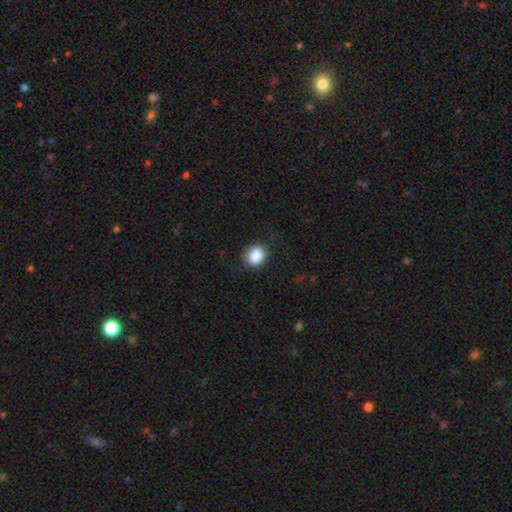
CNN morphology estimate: This is clearly a smooth galaxy (87%). How rounded: likely round (70%). Merging: clearly none (81%).